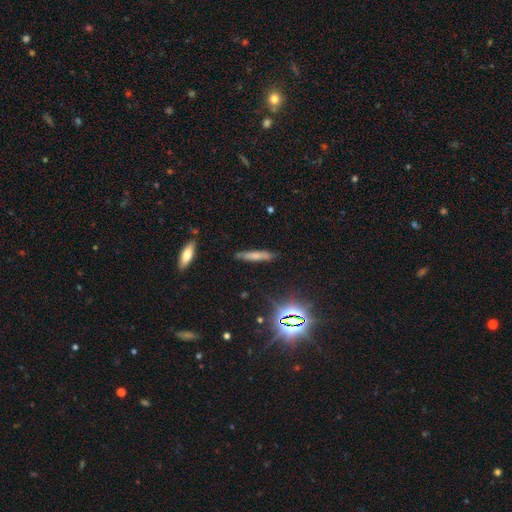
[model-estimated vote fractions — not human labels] Overall: smooth (65%). How rounded: cigar-shaped (87%). Merging: none (82%).